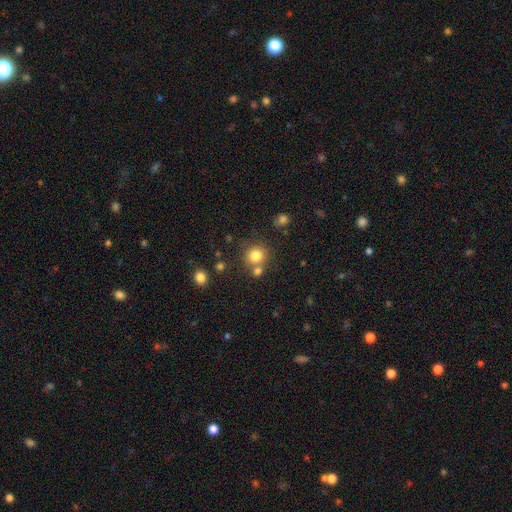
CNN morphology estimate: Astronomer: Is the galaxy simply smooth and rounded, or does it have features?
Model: smooth — 80%.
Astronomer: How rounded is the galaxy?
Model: round — 88%.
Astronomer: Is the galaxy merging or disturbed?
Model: none — 66%.